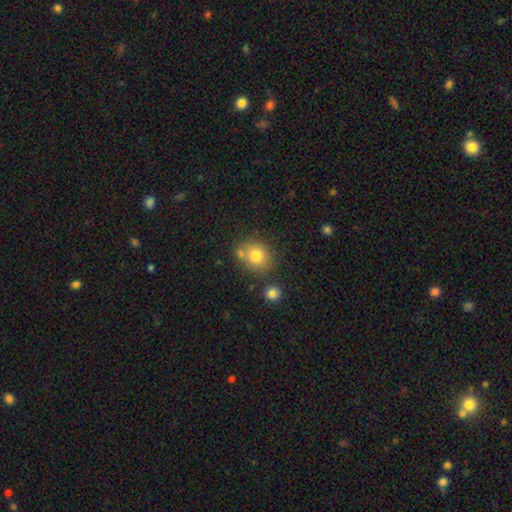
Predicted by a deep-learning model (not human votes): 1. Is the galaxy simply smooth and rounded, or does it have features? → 77% smooth, 12% featured or disk, 11% star or artifact.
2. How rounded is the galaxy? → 72% round, 27% in between, 1% cigar-shaped.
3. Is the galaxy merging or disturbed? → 67% none, 16% merger, 13% minor disturbance, 4% major disturbance.